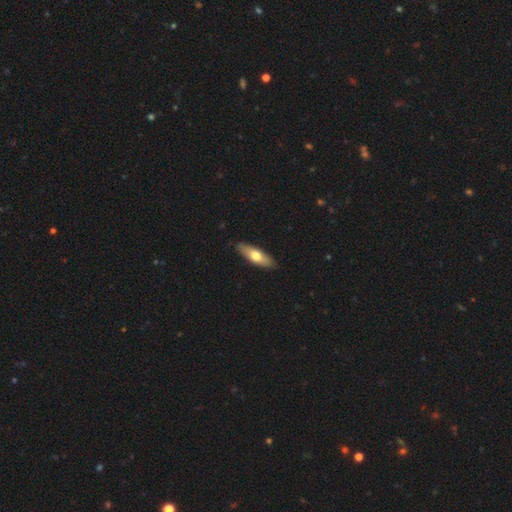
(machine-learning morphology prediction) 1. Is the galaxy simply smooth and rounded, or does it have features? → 62% smooth, 33% featured or disk, 5% star or artifact.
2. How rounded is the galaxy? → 54% in between, 43% cigar-shaped, 2% round.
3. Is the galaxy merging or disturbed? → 88% none, 9% minor disturbance, 2% major disturbance, 1% merger.